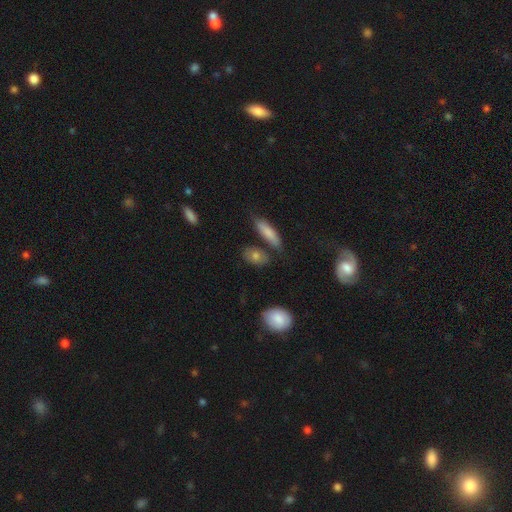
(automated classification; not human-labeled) This appears to be a smooth galaxy with no disk features (77%) that is in between round and cigar-shaped (77%). Merging: none (67%).